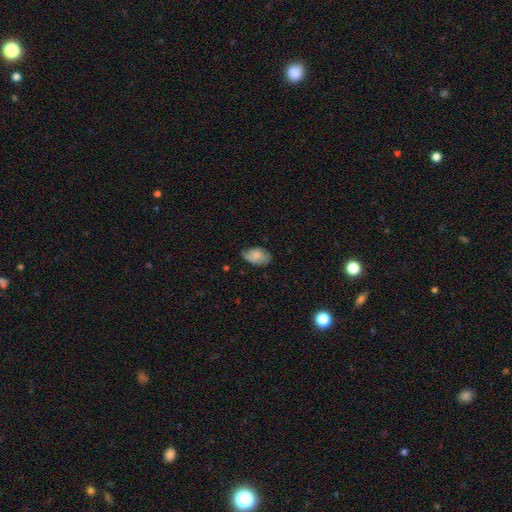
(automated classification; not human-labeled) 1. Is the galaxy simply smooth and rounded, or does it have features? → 68% smooth, 25% featured or disk, 7% star or artifact.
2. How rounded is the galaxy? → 90% in between, 8% round, 1% cigar-shaped.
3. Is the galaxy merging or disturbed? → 54% none, 35% minor disturbance, 10% major disturbance, 1% merger.